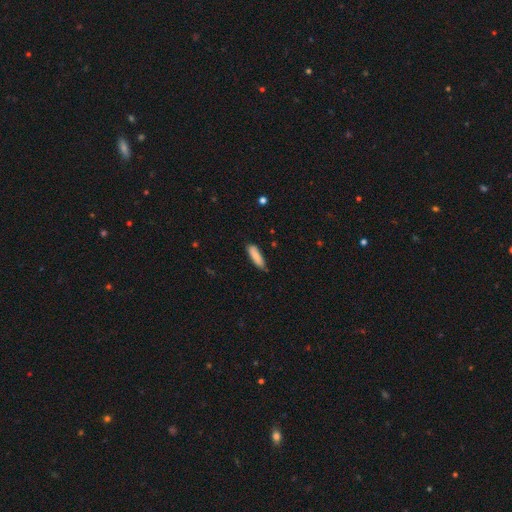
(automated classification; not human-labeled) smooth_or_featured: smooth (p=0.86) [alt: featured or disk p=0.08]
how_rounded: cigar-shaped (p=0.60) [alt: in between p=0.38]
merging: none (p=0.78) [alt: minor disturbance p=0.18]